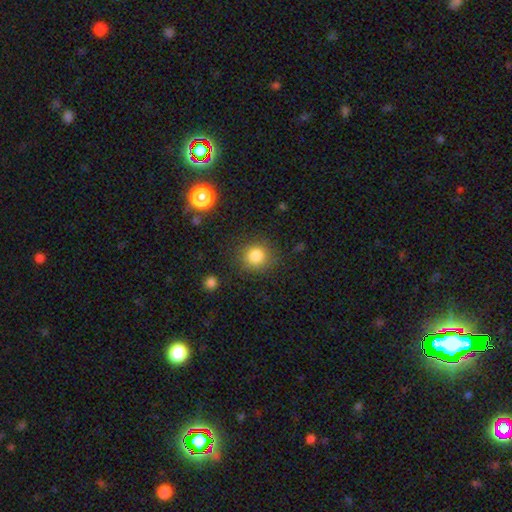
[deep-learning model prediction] smooth-or-featured: smooth: 83% | star or artifact: 11% | featured or disk: 6%
  how-rounded: round: 88% | in between: 11% | cigar-shaped: 1%
  merging: none: 84% | minor disturbance: 10% | major disturbance: 4% | merger: 2%